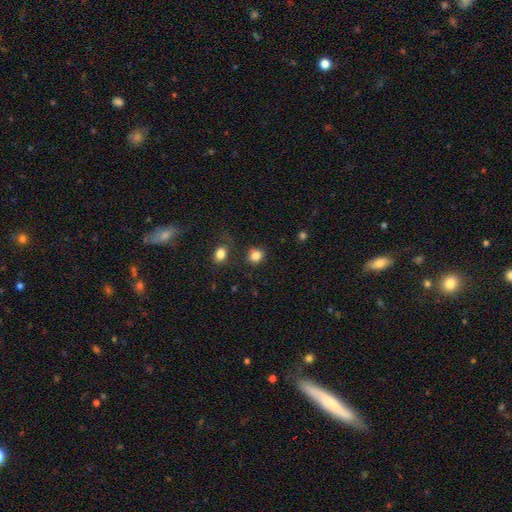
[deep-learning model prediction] Smooth or featured: smooth — 84% (star or artifact — 11%)
How rounded: round — 81% (in between — 18%)
Merging: none — 81% (minor disturbance — 10%)